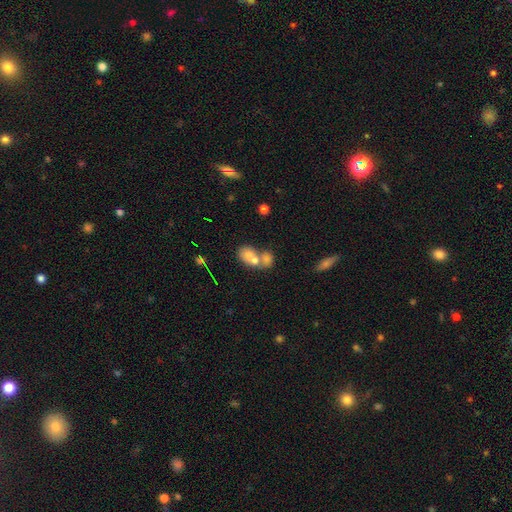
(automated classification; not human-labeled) Smooth or featured? smooth (54%)
How rounded? in between (72%)
Merging? none (45%)